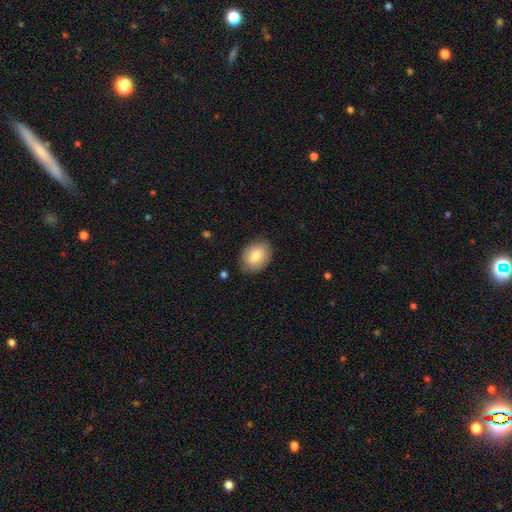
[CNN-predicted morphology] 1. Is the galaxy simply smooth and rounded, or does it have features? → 79% smooth, 13% featured or disk, 7% star or artifact.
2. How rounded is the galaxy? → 69% in between, 30% round, 1% cigar-shaped.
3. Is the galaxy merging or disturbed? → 83% none, 13% minor disturbance, 3% major disturbance, 1% merger.